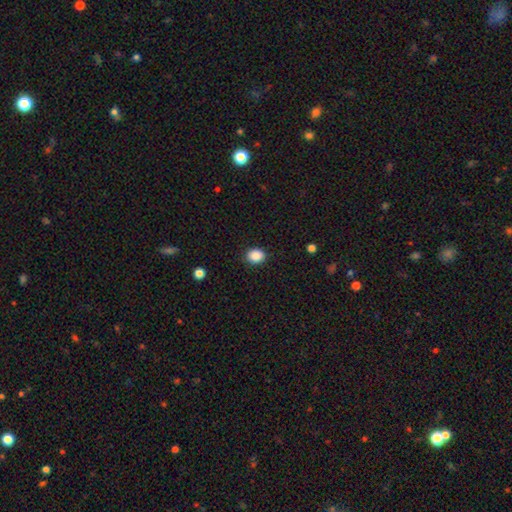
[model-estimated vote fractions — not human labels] A smooth galaxy with no disk features (88%) that is round (50%). Merging: none (87%).